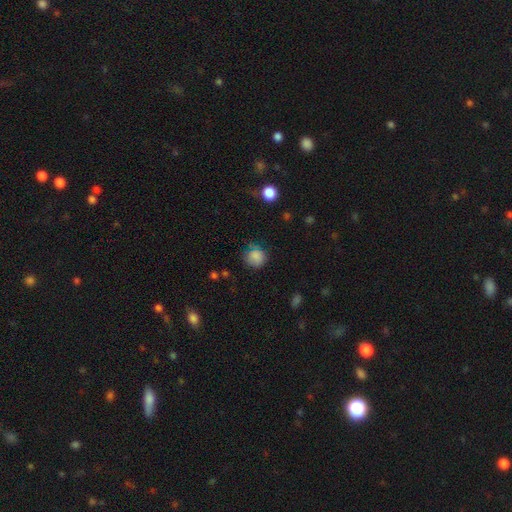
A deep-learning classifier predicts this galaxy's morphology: Smooth or featured? Predicted: smooth (p=0.83). How rounded? Predicted: round (p=0.87). Merging? Predicted: none (p=0.74).